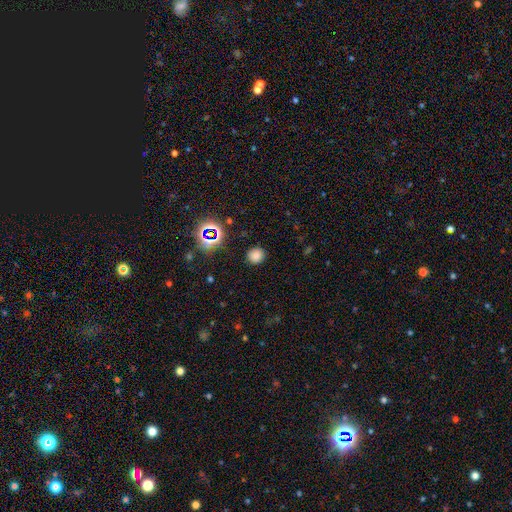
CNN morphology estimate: smooth-or-featured: smooth: 74% | star or artifact: 21% | featured or disk: 5%
  how-rounded: round: 86% | in between: 13% | cigar-shaped: 1%
  merging: none: 87% | minor disturbance: 8% | major disturbance: 3% | merger: 1%